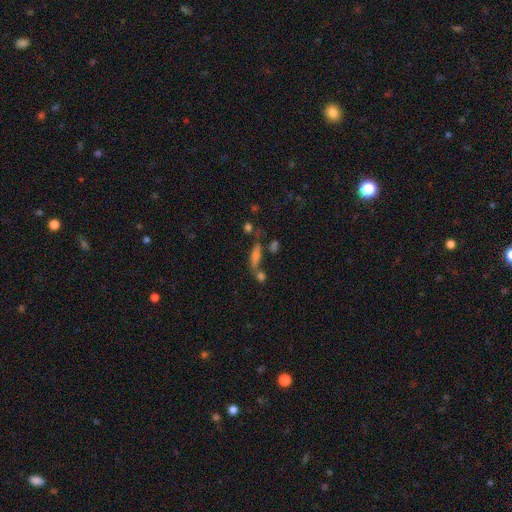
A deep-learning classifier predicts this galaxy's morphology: Smooth or featured? smooth (53%)
How rounded? cigar-shaped (59%)
Merging? none (49%)